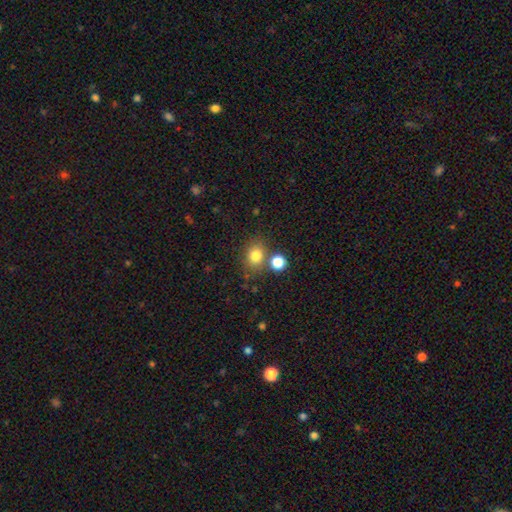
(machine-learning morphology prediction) Smooth or featured?
  - smooth: 80% *
  - star or artifact: 12%
  - featured or disk: 8%
How rounded?
  - round: 57% *
  - in between: 42%
  - cigar-shaped: 1%
Merging?
  - none: 67% *
  - merger: 17%
  - minor disturbance: 12%
  - major disturbance: 4%